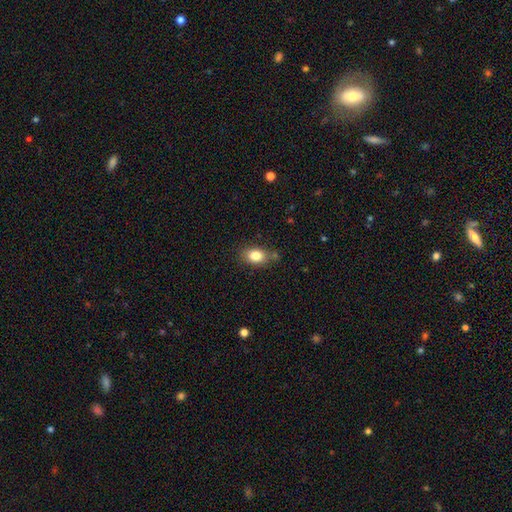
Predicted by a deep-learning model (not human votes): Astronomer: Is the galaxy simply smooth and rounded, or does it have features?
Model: smooth — 83%.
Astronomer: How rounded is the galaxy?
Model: in between — 76%.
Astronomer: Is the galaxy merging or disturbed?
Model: none — 75%.